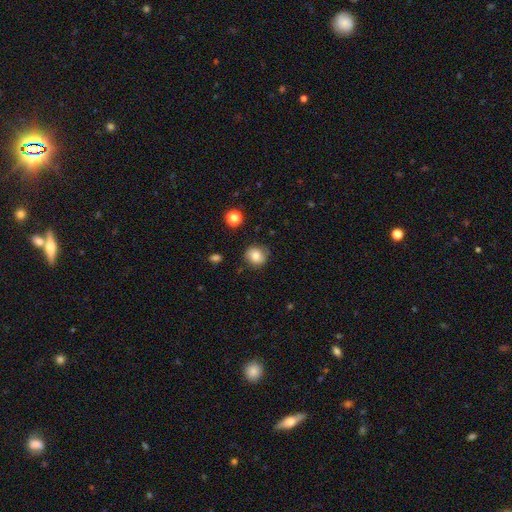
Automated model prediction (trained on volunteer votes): Overall: smooth (80%). How rounded: round (80%). Merging: none (81%).